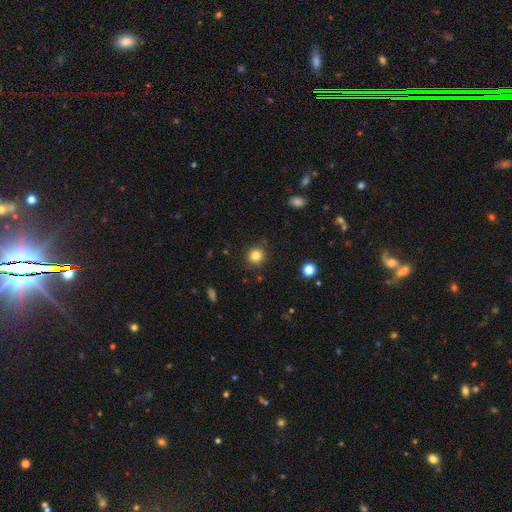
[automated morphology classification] The model was most divided on "smooth or featured": smooth: 83%, star or artifact: 12%, featured or disk: 6%. More confident: how rounded — round (90%); merging — none (87%).